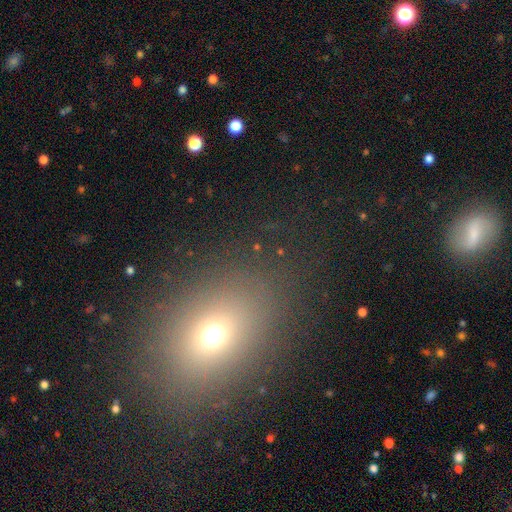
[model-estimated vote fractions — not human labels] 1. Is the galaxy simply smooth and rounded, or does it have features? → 61% smooth, 27% star or artifact, 12% featured or disk.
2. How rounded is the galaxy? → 59% in between, 38% round, 2% cigar-shaped.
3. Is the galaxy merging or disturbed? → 83% none, 9% minor disturbance, 5% major disturbance, 2% merger.